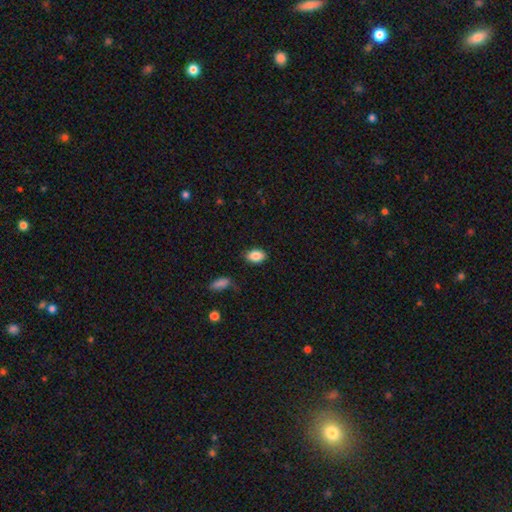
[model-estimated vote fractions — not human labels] smooth-or-featured: smooth: 86% | star or artifact: 8% | featured or disk: 5%
  how-rounded: in between: 84% | round: 14% | cigar-shaped: 2%
  merging: none: 83% | minor disturbance: 13% | major disturbance: 3% | merger: 2%